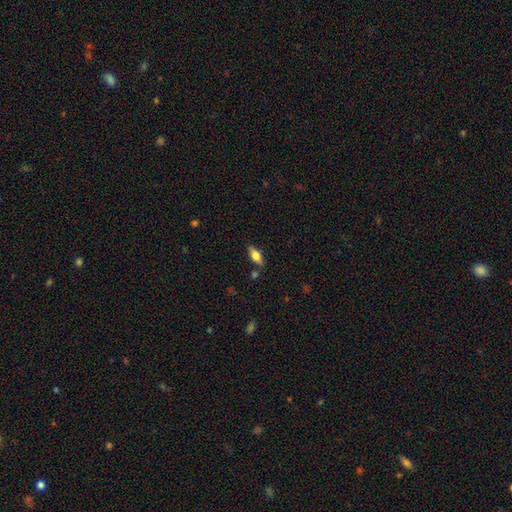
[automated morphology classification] Smooth or featured: smooth — 59% (featured or disk — 33%)
How rounded: in between — 73% (cigar-shaped — 23%)
Merging: none — 81% (minor disturbance — 12%)